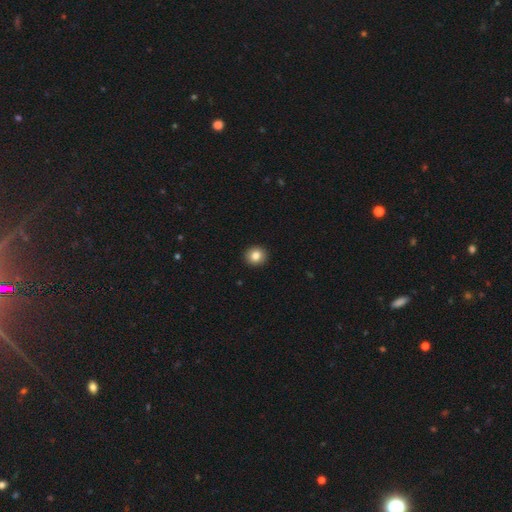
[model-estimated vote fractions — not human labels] The model was most divided on "smooth or featured": smooth: 84%, star or artifact: 10%, featured or disk: 7%. More confident: merging — none (93%); how rounded — round (89%).